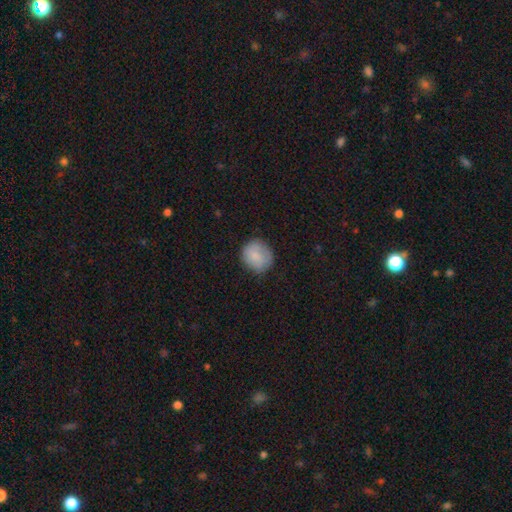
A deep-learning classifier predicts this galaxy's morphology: A smooth galaxy with no disk features (83%) that is round (85%).

Vote fractions:
- Smooth or featured? smooth: 83% / featured or disk: 10% / star or artifact: 7%
- How rounded? round: 85% / in between: 14% / cigar-shaped: 1%
- Merging? none: 79% / minor disturbance: 16% / major disturbance: 4% / merger: 1%